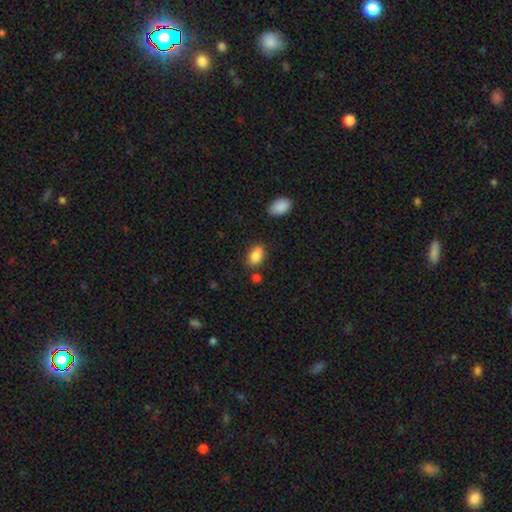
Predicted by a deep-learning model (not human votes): Q: Smooth or featured?
A: smooth (86%); runner-up: star or artifact (8%)
Q: How rounded?
A: in between (87%); runner-up: round (11%)
Q: Merging?
A: none (72%); runner-up: minor disturbance (18%)